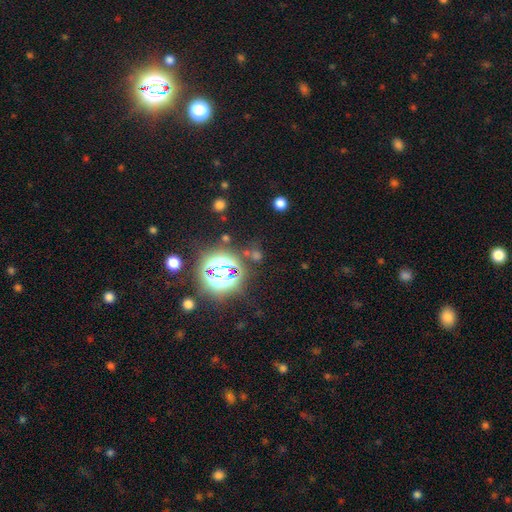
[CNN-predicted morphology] Smooth or featured?
  - star or artifact: 65% *
  - smooth: 26%
  - featured or disk: 9%